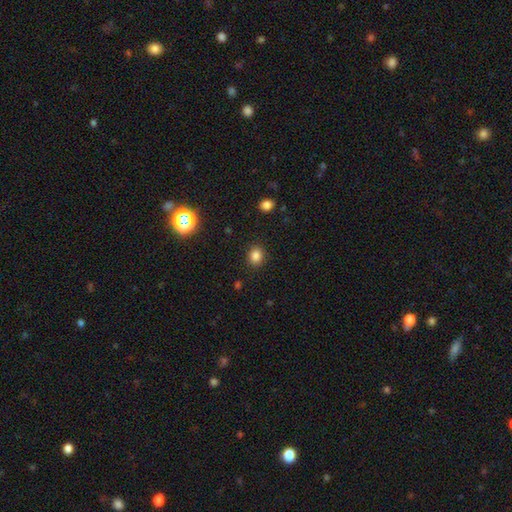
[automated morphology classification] Overall: smooth (83%). How rounded: round (66%; in between 33%). Merging: none (89%).